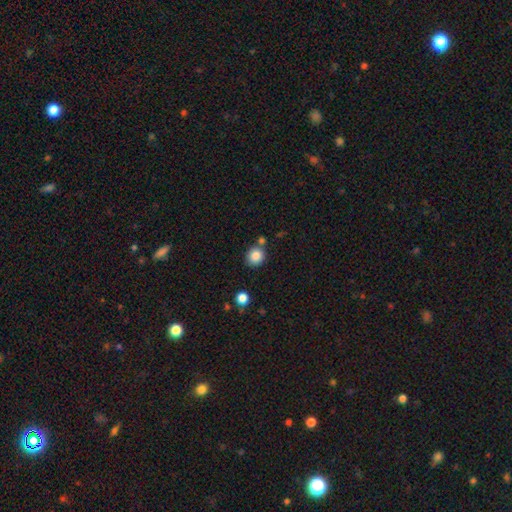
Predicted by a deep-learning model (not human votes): A smooth galaxy with no disk features (86%) that is round (85%). Merging: none (73%).